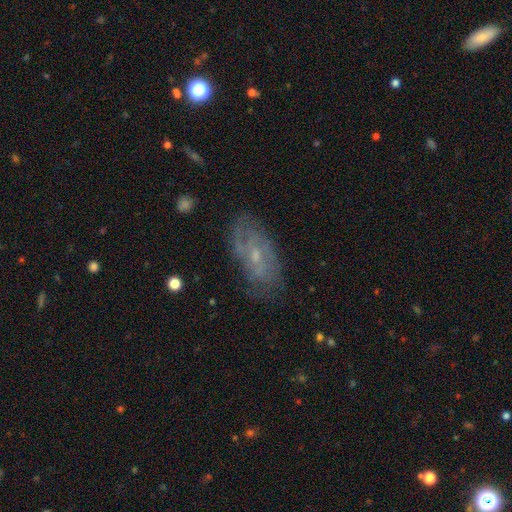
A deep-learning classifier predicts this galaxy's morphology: Smooth or featured? featured or disk (67%)
Edge-on disk? no (91%)
Bar? no (58%)
Spiral arms? yes (78%)
Bulge size? small (68%)
Merging? none (73%)